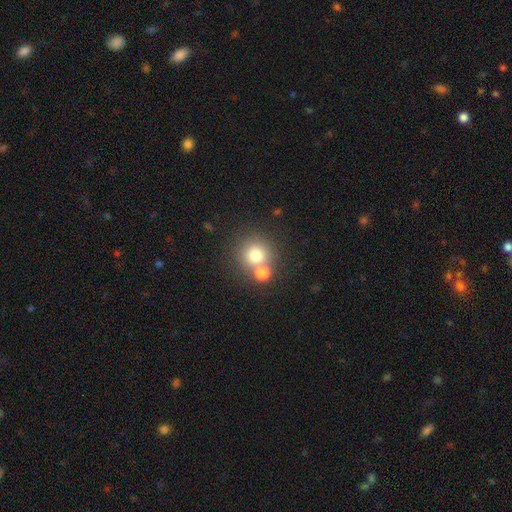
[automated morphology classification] smooth-or-featured: smooth: 75% | star or artifact: 14% | featured or disk: 12%
  how-rounded: round: 91% | in between: 8% | cigar-shaped: 1%
  merging: none: 58% | merger: 32% | minor disturbance: 7% | major disturbance: 3%